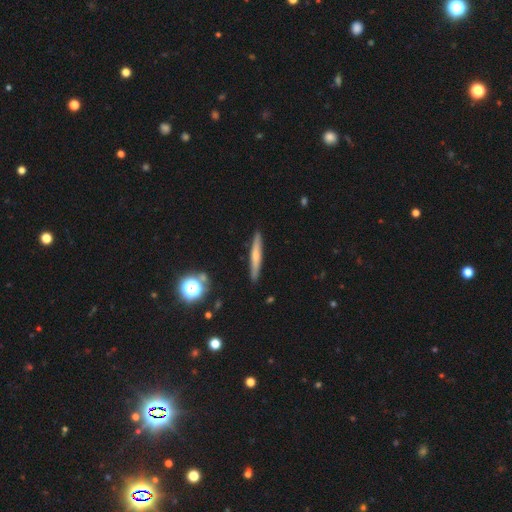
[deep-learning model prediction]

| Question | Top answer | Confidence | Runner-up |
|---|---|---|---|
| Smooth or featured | smooth | 48% | featured or disk (44%) |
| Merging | none | 89% | minor disturbance (8%) |